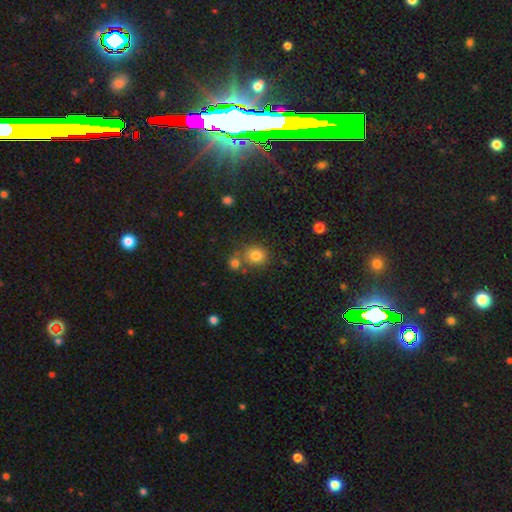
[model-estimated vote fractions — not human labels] Smooth or featured: smooth — 80% (star or artifact — 12%)
How rounded: round — 80% (in between — 19%)
Merging: none — 66% (merger — 21%)